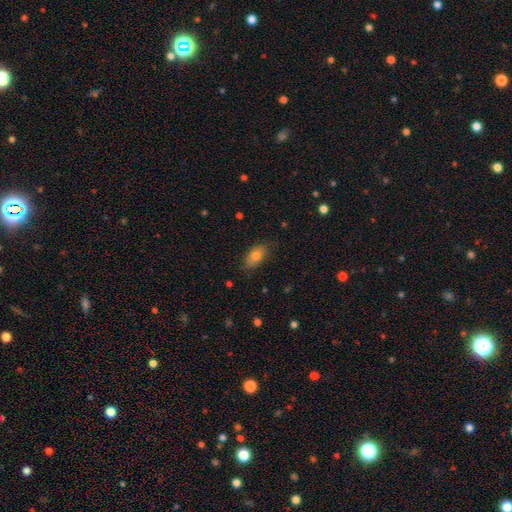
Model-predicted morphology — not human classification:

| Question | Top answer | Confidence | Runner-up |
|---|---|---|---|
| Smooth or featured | smooth | 78% | featured or disk (14%) |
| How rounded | in between | 89% | round (6%) |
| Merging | none | 79% | minor disturbance (17%) |